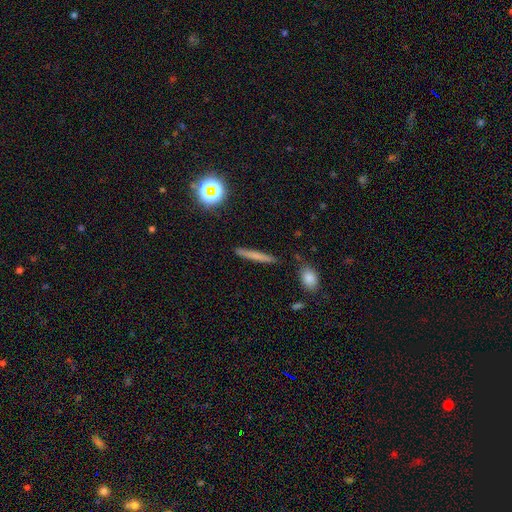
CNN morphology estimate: smooth 65%, featured or disk 24%, star or artifact 11%. Down the decision tree: how rounded — cigar-shaped (92%); merging — none (84%).